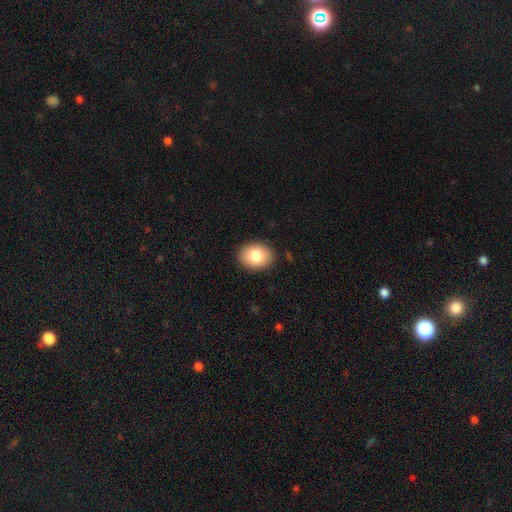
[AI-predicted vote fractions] Smooth or featured: smooth — 81% (featured or disk — 11%)
How rounded: in between — 63% (round — 36%)
Merging: none — 89% (minor disturbance — 8%)